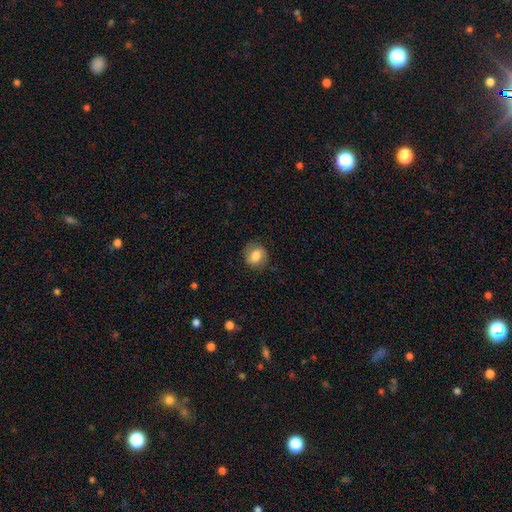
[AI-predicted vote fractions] Smooth or featured? smooth (72%)
How rounded? round (64%)
Merging? none (80%)